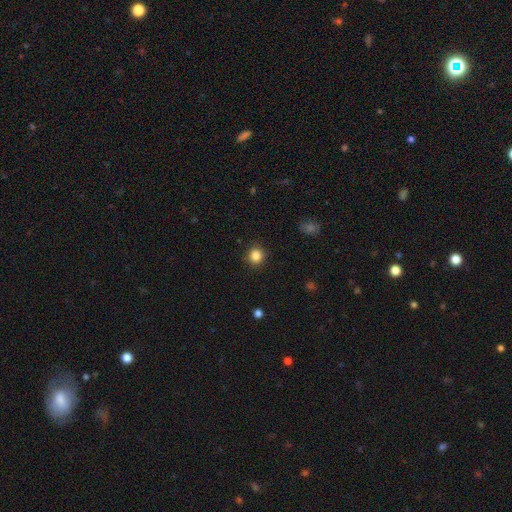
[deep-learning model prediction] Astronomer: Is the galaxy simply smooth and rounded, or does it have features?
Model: smooth — 85%.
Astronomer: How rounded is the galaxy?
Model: round — 89%.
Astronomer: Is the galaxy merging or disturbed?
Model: none — 89%.